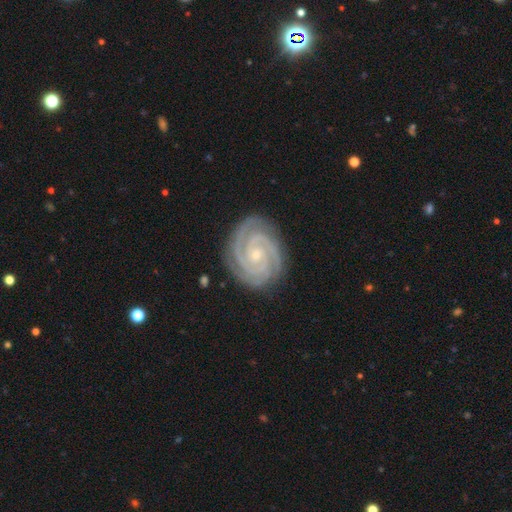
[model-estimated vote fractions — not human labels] Overall: featured or disk (91%). Edge-on disk: no (98%). Bar: no (66%). Spiral arms: yes (99%). Spiral arm count: 2 (39%; 3 33%). Spiral winding: tight (85%). Bulge size: small (73%). Merging: none (84%).